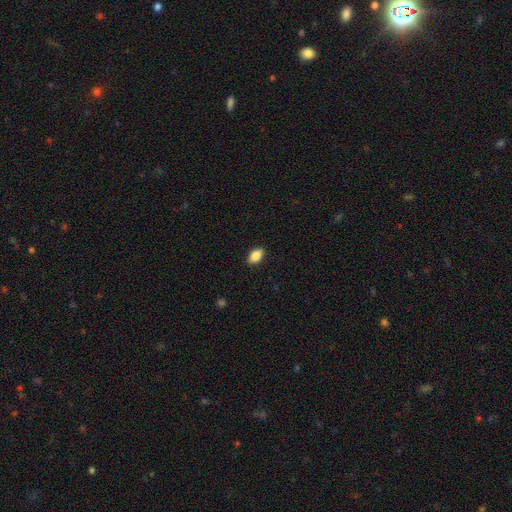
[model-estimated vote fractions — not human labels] Q: Smooth or featured?
A: smooth (86%); runner-up: star or artifact (8%)
Q: How rounded?
A: in between (90%); runner-up: round (7%)
Q: Merging?
A: none (89%); runner-up: minor disturbance (8%)